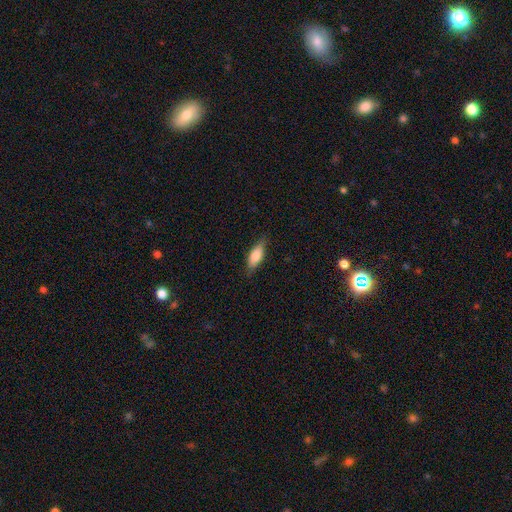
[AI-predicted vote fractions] Morphology: type=smooth (76%); roundness=in between (69%); merging=none (80%).